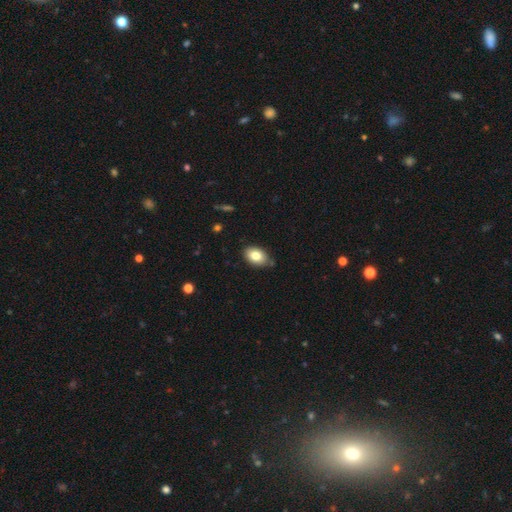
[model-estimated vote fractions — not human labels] Morphology: type=smooth (82%); roundness=in between (87%); merging=none (80%).